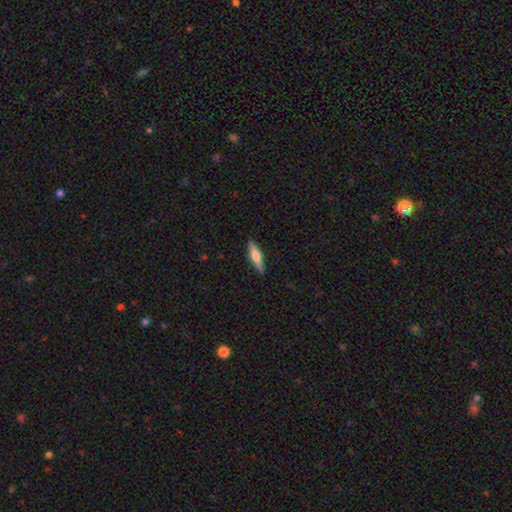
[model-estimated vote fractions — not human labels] smooth 52%, featured or disk 42%, star or artifact 6%. Down the decision tree: how rounded — cigar-shaped (73%); merging — none (90%).